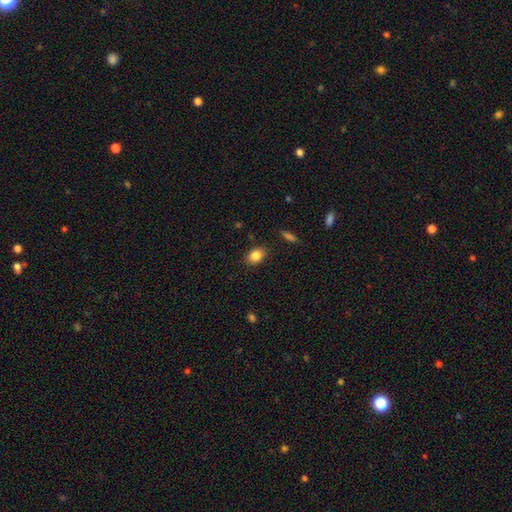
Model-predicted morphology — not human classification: This appears to be a smooth galaxy with no disk features (85%) that is in between round and cigar-shaped (69%). Merging: none (86%).